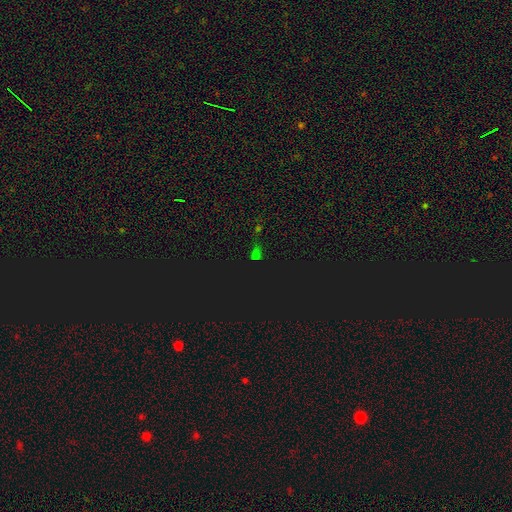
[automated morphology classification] type=star or artifact (66%).